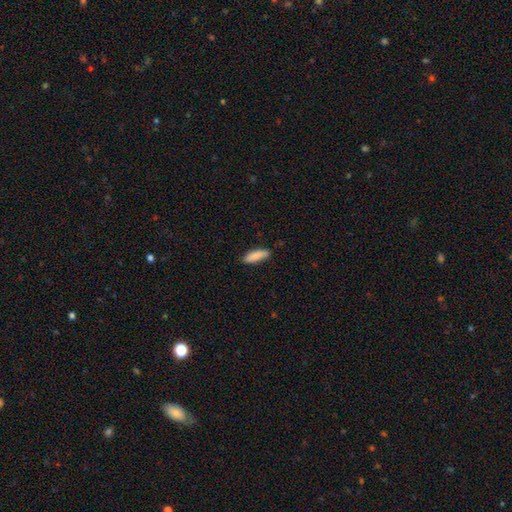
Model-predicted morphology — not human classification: type=smooth (87%); roundness=cigar-shaped (51%); merging=none (83%).